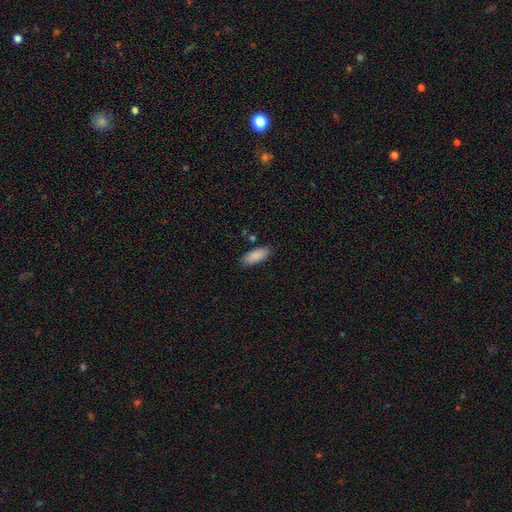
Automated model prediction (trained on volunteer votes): This appears to be a smooth galaxy with no disk features (89%) that is in between round and cigar-shaped (80%). Merging: none (85%).